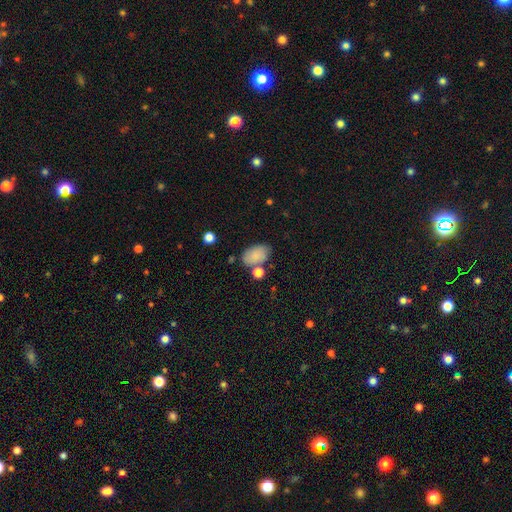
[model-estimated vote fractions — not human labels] A smooth galaxy with no disk features (84%) that is in between round and cigar-shaped (90%). Merging: none (68%).